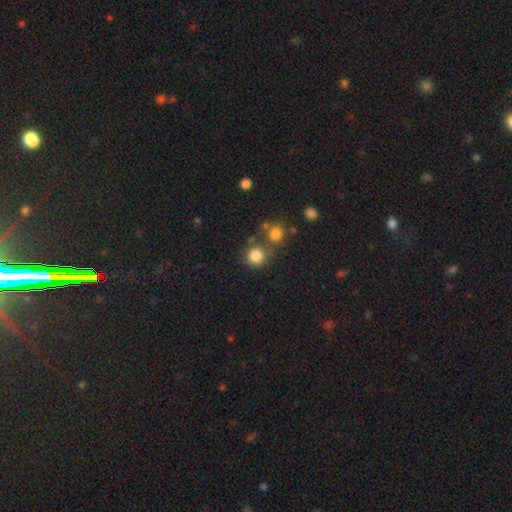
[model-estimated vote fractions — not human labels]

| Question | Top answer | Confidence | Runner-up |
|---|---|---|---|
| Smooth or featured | smooth | 82% | star or artifact (11%) |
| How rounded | round | 91% | in between (9%) |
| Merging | none | 64% | merger (21%) |